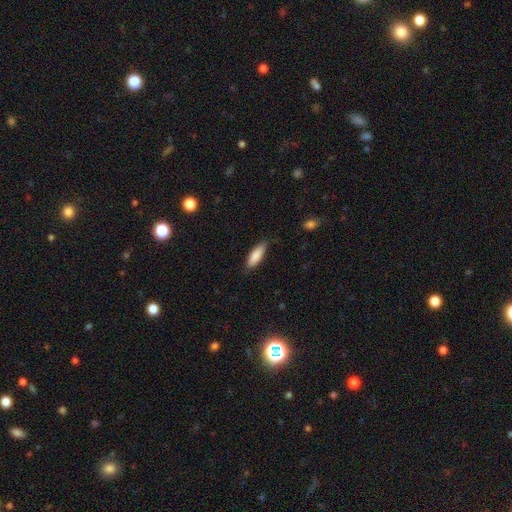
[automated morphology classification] smooth 85%, featured or disk 10%, star or artifact 6%. Down the decision tree: how rounded — in between (52%); merging — none (79%).